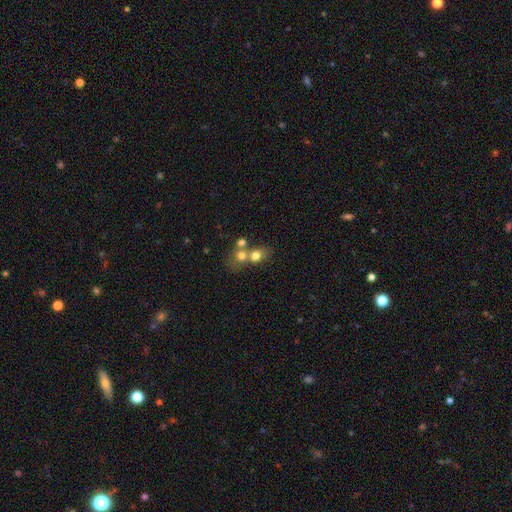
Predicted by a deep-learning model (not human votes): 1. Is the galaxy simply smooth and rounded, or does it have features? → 67% smooth, 20% featured or disk, 13% star or artifact.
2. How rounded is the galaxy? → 57% round, 42% in between, 2% cigar-shaped.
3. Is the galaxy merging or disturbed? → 60% merger, 28% none, 7% minor disturbance, 5% major disturbance.